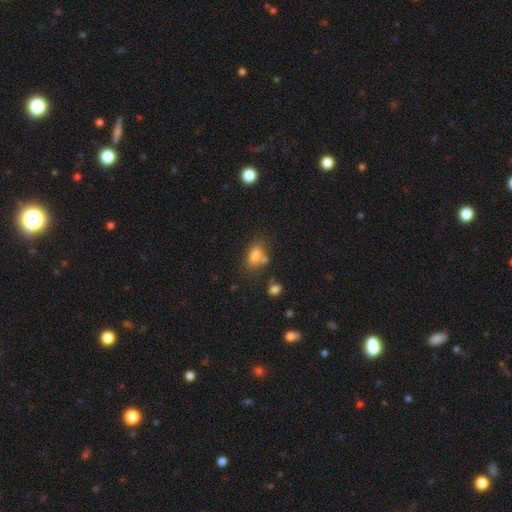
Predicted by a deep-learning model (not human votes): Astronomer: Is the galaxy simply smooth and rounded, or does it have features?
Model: smooth — 76%.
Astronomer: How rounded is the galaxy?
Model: in between — 82%.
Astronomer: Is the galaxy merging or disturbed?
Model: none — 53%.